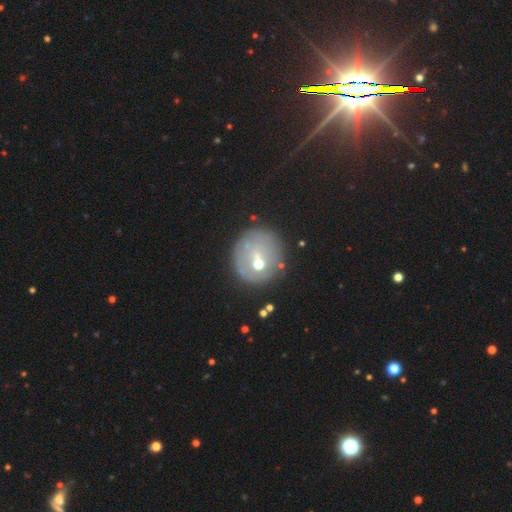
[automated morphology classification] smooth_or_featured: smooth (p=0.47) [alt: featured or disk p=0.35]
merging: none (p=0.69) [alt: minor disturbance p=0.17]